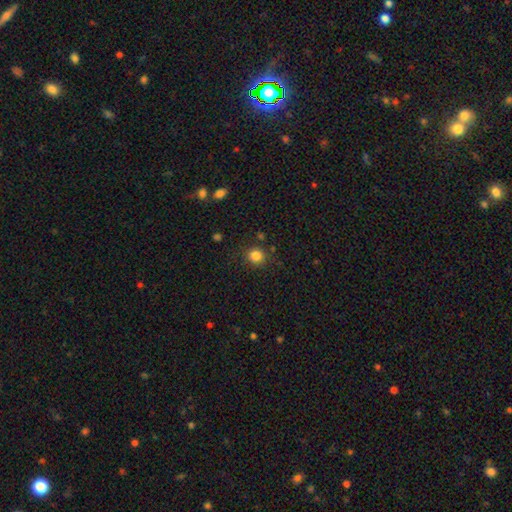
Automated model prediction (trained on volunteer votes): Smooth or featured: smooth — 84% (star or artifact — 12%)
How rounded: round — 86% (in between — 13%)
Merging: none — 86% (minor disturbance — 9%)